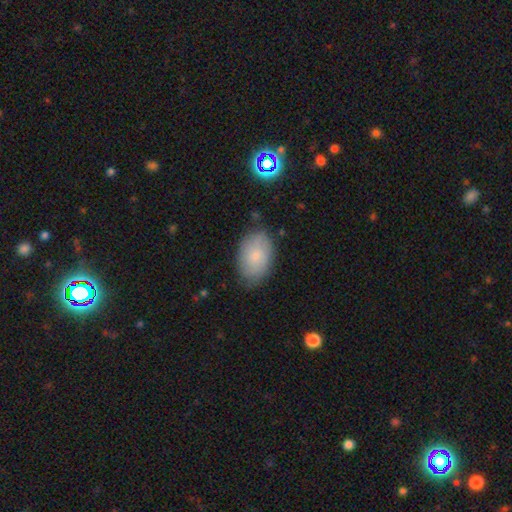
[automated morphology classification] smooth-or-featured: smooth: 73% | featured or disk: 19% | star or artifact: 8%
  how-rounded: in between: 89% | round: 10% | cigar-shaped: 1%
  merging: none: 76% | minor disturbance: 18% | major disturbance: 4% | merger: 2%